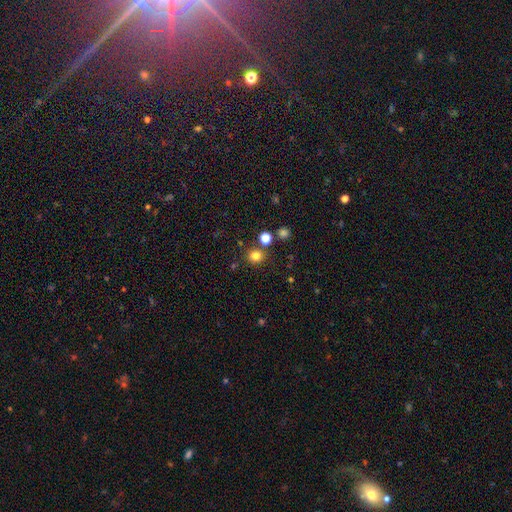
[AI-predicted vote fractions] smooth-or-featured: smooth: 79% | star or artifact: 16% | featured or disk: 5%
  how-rounded: round: 88% | in between: 11% | cigar-shaped: 1%
  merging: none: 82% | minor disturbance: 8% | merger: 7% | major disturbance: 3%